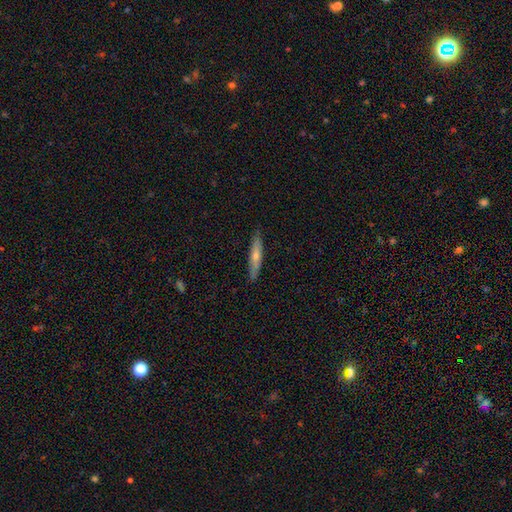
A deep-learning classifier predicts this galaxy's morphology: Smooth or featured? smooth (57%)
How rounded? cigar-shaped (85%)
Merging? none (85%)